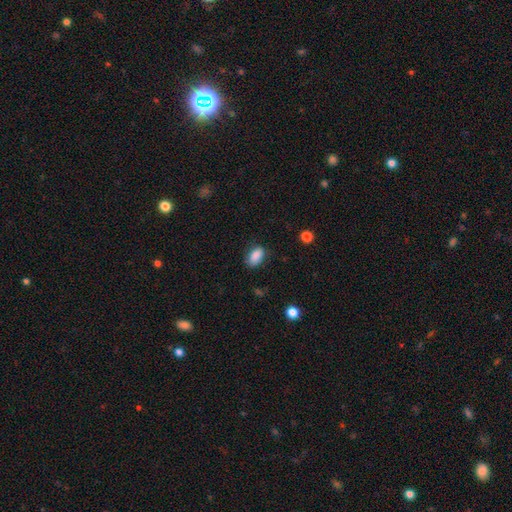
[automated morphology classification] Smooth or featured? Predicted: smooth (p=0.88). How rounded? Predicted: in between (p=0.91). Merging? Predicted: none (p=0.79).